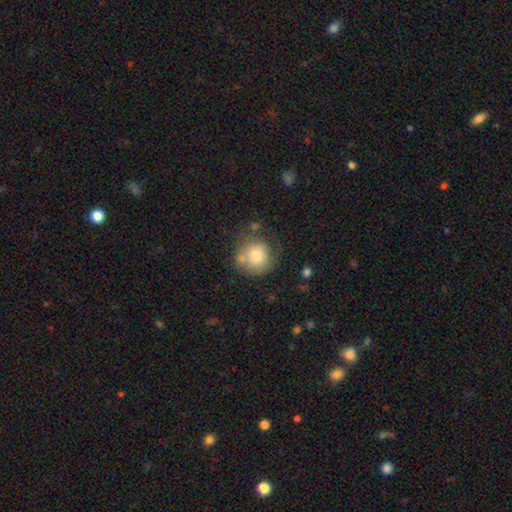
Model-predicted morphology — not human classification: smooth 77%, featured or disk 14%, star or artifact 9%. Down the decision tree: how rounded — round (91%); merging — none (61%).